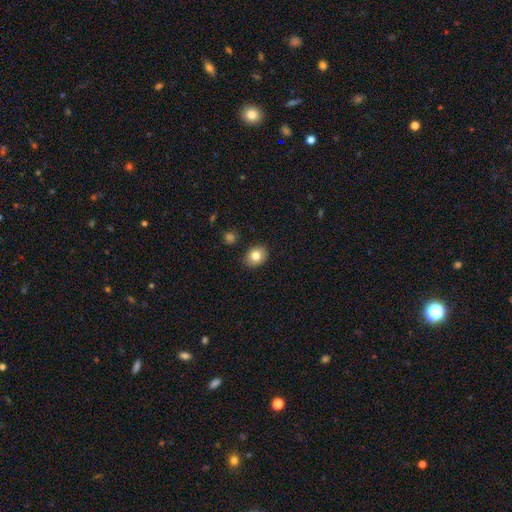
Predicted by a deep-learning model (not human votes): This is clearly a smooth galaxy (81%). How rounded: possibly round (50%). Merging: clearly none (89%).